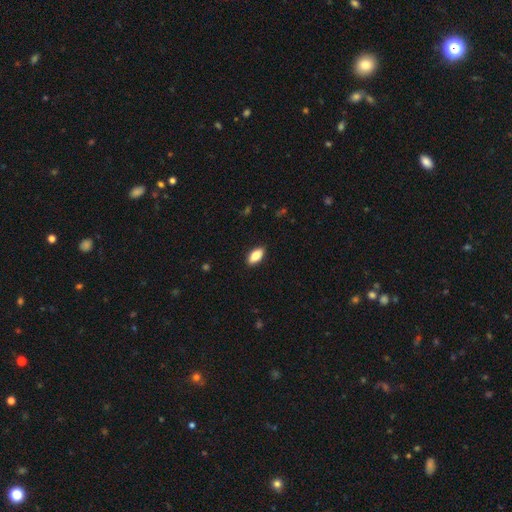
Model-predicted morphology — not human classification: This is clearly a smooth galaxy (83%). How rounded: clearly in between (90%). Merging: clearly none (90%).